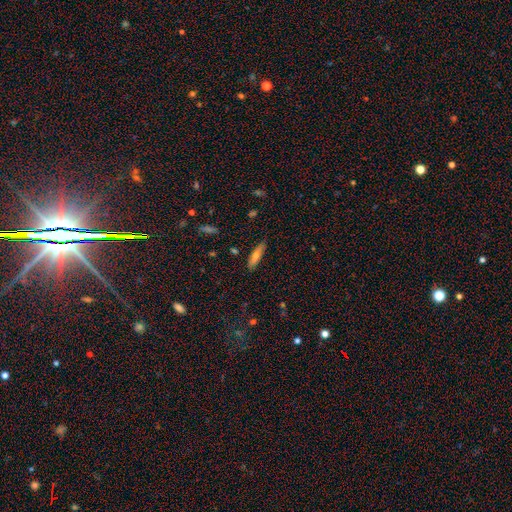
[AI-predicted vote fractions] This appears to be a smooth galaxy with no disk features (65%) that is cigar-shaped (68%). Merging: none (84%).